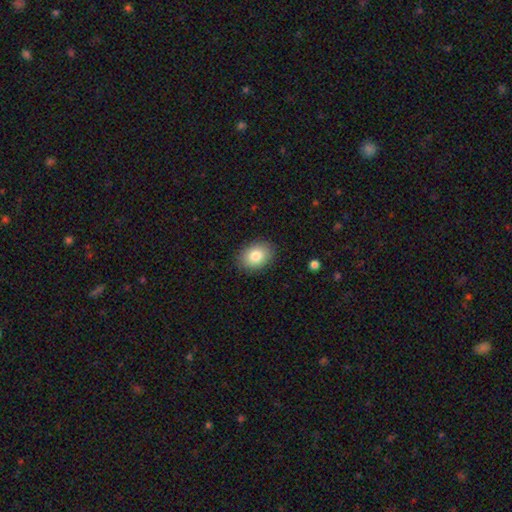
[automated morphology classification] Smooth or featured?
  - smooth: 83% *
  - featured or disk: 9%
  - star or artifact: 8%
How rounded?
  - in between: 69% *
  - round: 31%
  - cigar-shaped: 1%
Merging?
  - none: 88% *
  - minor disturbance: 9%
  - major disturbance: 2%
  - merger: 1%